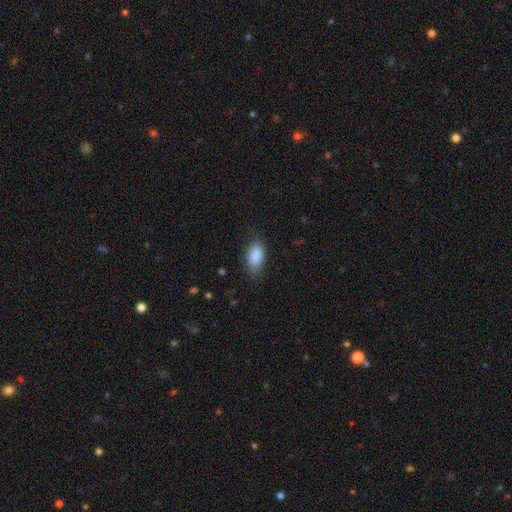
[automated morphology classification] Smooth or featured? Predicted: smooth (p=0.87). How rounded? Predicted: in between (p=0.91). Merging? Predicted: none (p=0.76).